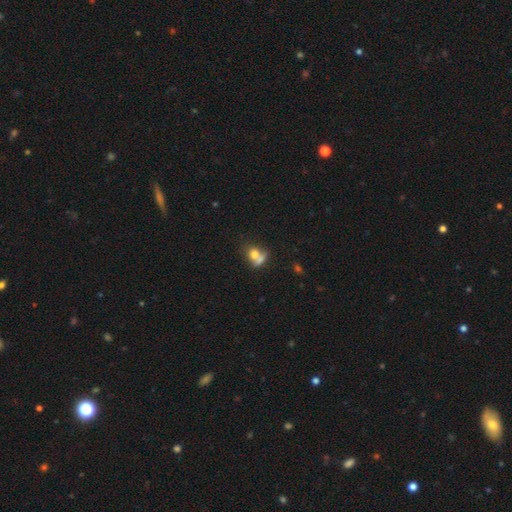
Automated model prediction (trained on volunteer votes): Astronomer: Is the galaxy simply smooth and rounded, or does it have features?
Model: smooth — 71%.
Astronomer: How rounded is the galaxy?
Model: round — 52% (runner-up: in between, 45%).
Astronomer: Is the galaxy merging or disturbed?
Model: merger — 58%.